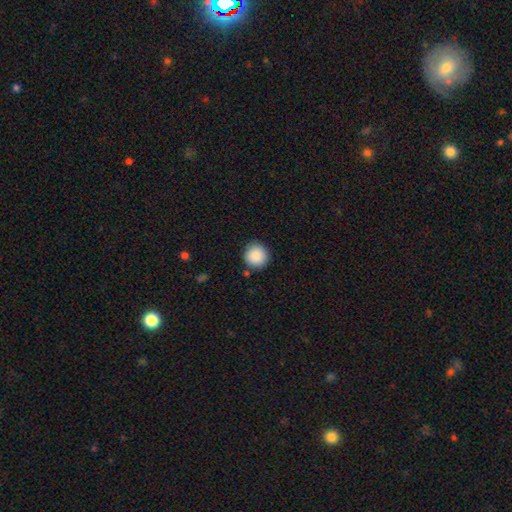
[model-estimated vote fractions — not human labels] This appears to be a smooth galaxy with no disk features (89%) that is round (95%). Merging: none (88%).